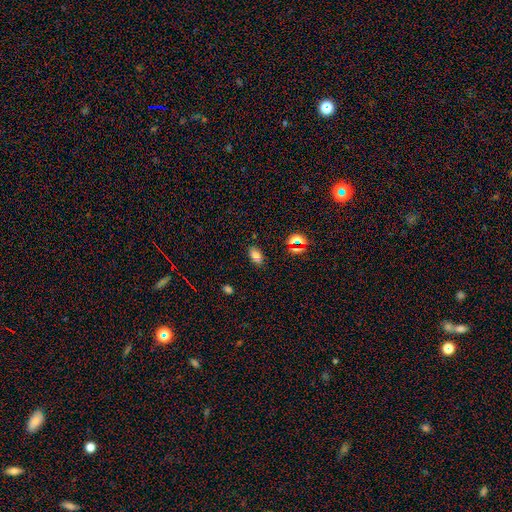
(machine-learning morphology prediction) smooth 76%, star or artifact 17%, featured or disk 8%. Down the decision tree: how rounded — in between (89%); merging — none (84%).